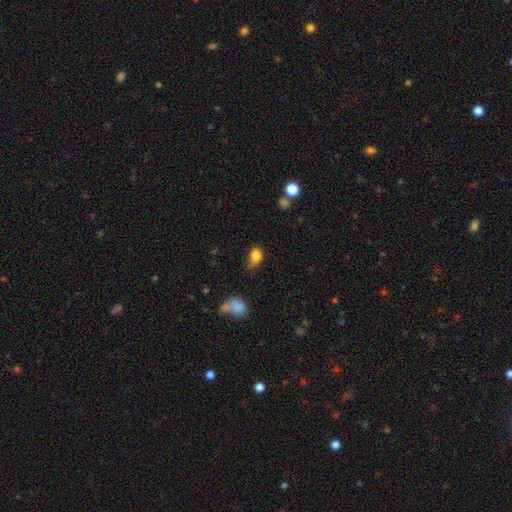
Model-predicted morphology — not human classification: Q: Smooth or featured?
A: smooth (81%); runner-up: star or artifact (10%)
Q: How rounded?
A: in between (64%); runner-up: round (34%)
Q: Merging?
A: minor disturbance (37%); runner-up: none (36%)